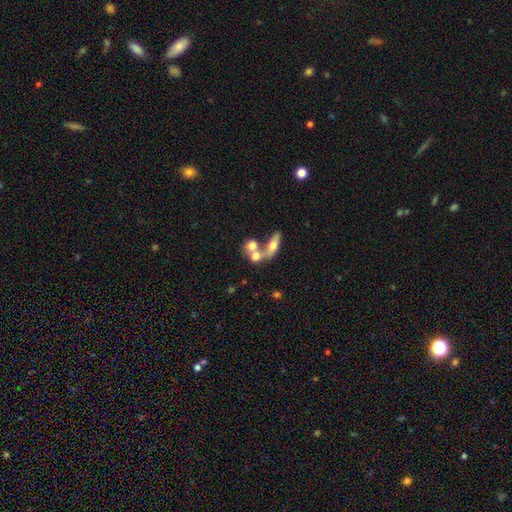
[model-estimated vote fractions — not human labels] Q: Smooth or featured?
A: smooth (62%); runner-up: featured or disk (28%)
Q: How rounded?
A: in between (49%); runner-up: round (43%)
Q: Merging?
A: merger (64%); runner-up: none (23%)